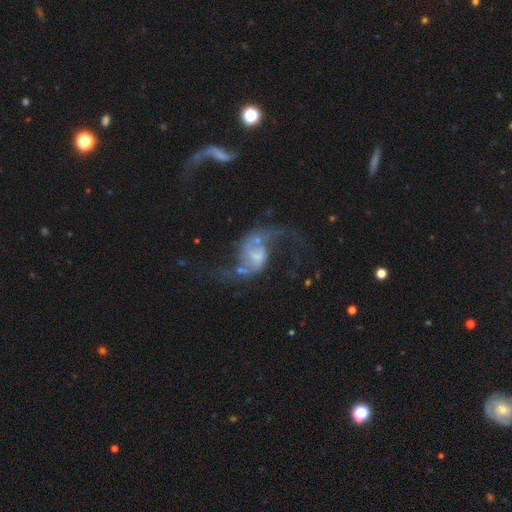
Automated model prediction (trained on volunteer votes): Morphology: type=featured or disk (86%); edge-on=no (98%); bar=weak (45%); spiral arms=yes (94%); winding=loose (78%); arm count=2 (91%); bulge=small (35%); merging=none (51%).